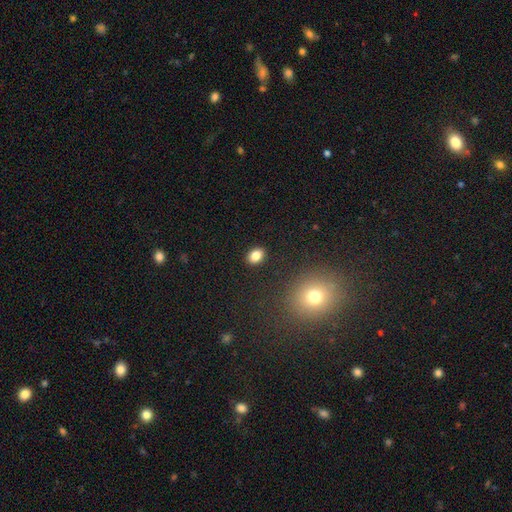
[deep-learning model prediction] Morphology: type=smooth (84%); roundness=in between (68%); merging=none (89%).